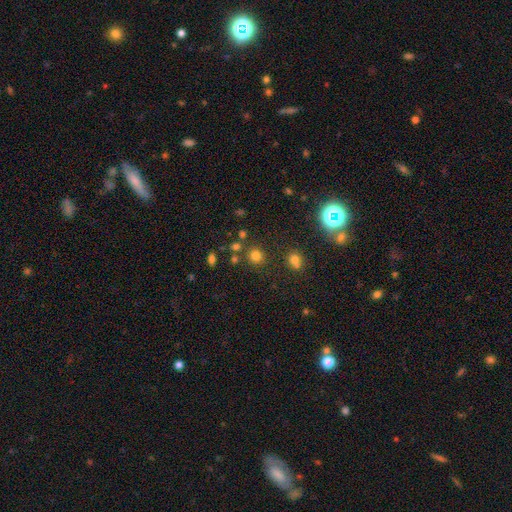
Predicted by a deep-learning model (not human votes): Smooth or featured?
  - smooth: 74% *
  - star or artifact: 19%
  - featured or disk: 7%
How rounded?
  - round: 87% *
  - in between: 12%
  - cigar-shaped: 1%
Merging?
  - none: 77% *
  - merger: 10%
  - minor disturbance: 9%
  - major disturbance: 4%